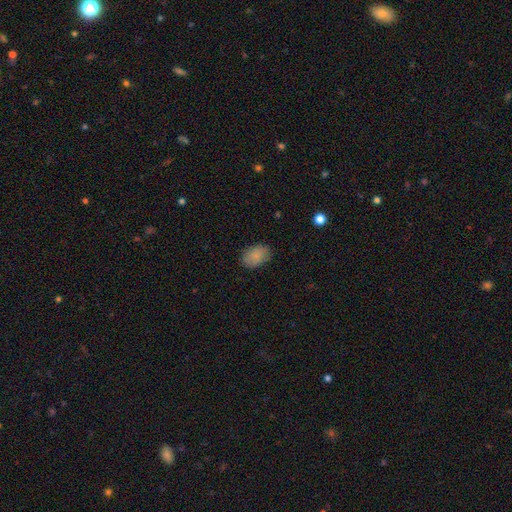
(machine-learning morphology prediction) The model was most divided on "merging": none: 81%, minor disturbance: 15%, major disturbance: 3%, merger: 1%. More confident: how rounded — in between (86%); smooth or featured — smooth (85%).